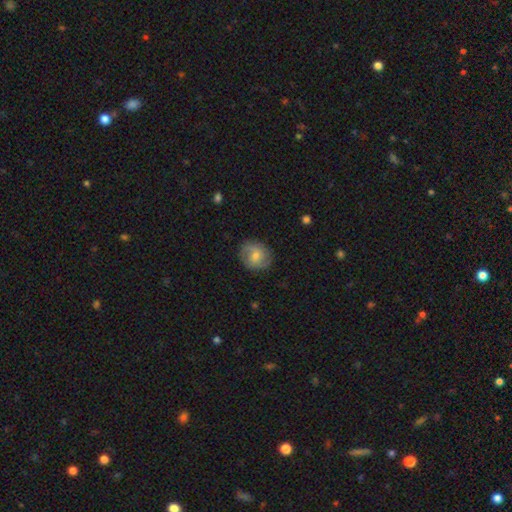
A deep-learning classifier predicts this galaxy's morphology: A featured or disk galaxy (48%).

Vote fractions:
- Smooth or featured? featured or disk: 48% / smooth: 44% / star or artifact: 8%
- Merging? none: 82% / minor disturbance: 13% / major disturbance: 4% / merger: 1%